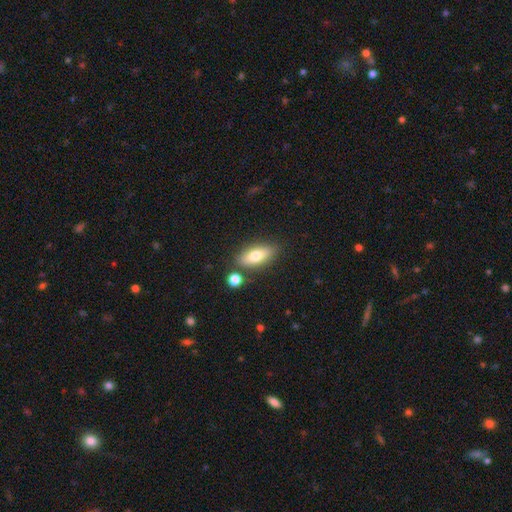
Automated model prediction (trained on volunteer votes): Q: Smooth or featured?
A: smooth (72%); runner-up: featured or disk (21%)
Q: How rounded?
A: in between (76%); runner-up: cigar-shaped (20%)
Q: Merging?
A: none (79%); runner-up: minor disturbance (11%)